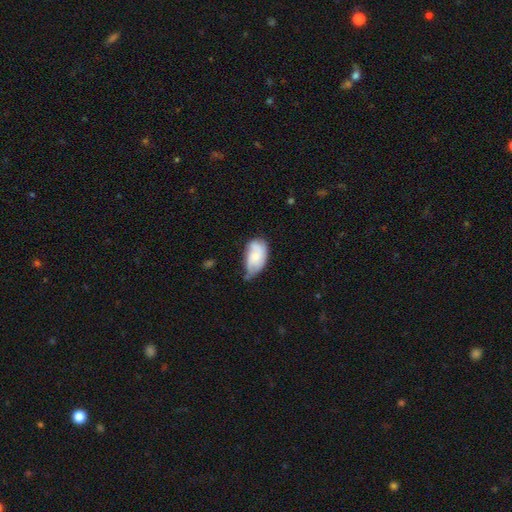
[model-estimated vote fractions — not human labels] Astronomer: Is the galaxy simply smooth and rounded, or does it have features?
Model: smooth — 52% (runner-up: featured or disk, 41%).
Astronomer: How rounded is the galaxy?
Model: in between — 91%.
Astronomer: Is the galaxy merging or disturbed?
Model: minor disturbance — 43% (runner-up: none, 36%).